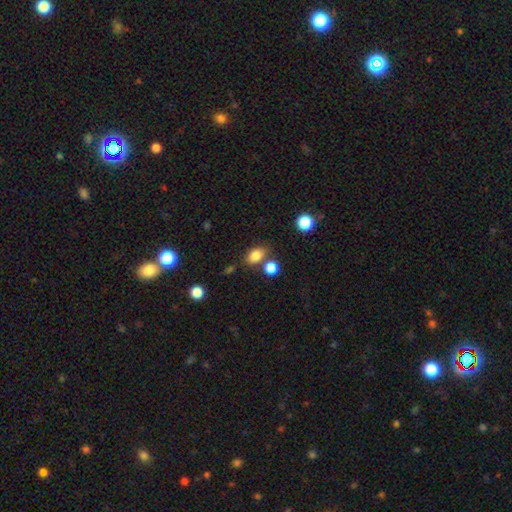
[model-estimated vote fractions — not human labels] Overall: smooth (83%). How rounded: in between (74%). Merging: none (68%).